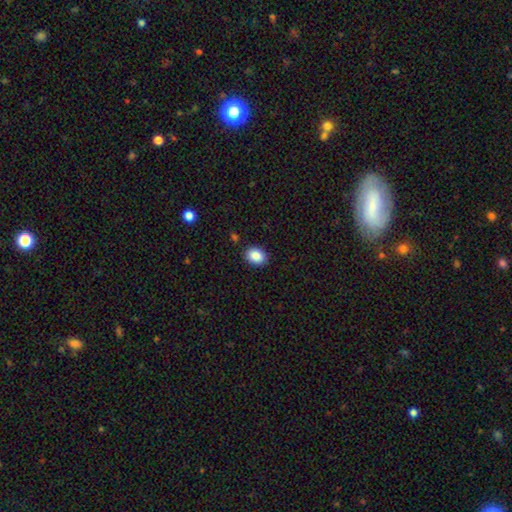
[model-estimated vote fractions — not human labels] Smooth or featured? Predicted: smooth (p=0.88). How rounded? Predicted: in between (p=0.68). Merging? Predicted: none (p=0.89).